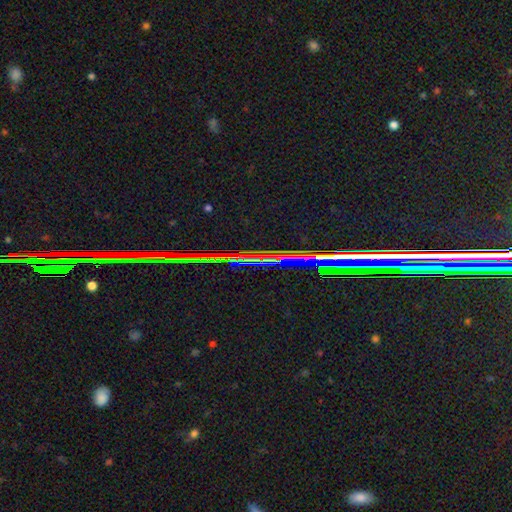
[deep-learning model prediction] This is clearly a star or artifact rather than a galaxy (85%).